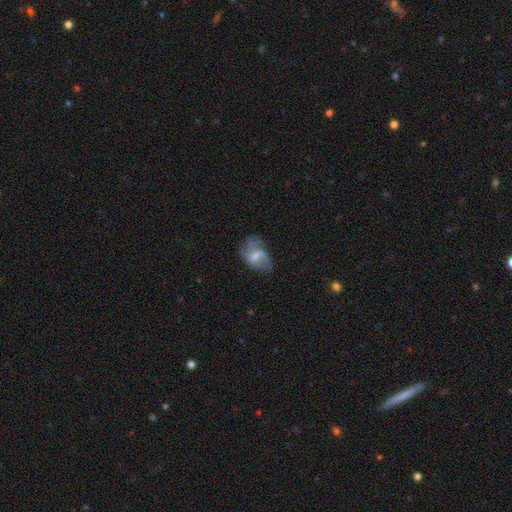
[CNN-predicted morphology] Smooth or featured? featured or disk (53%)
Edge-on disk? no (96%)
Bar? weak (51%)
Spiral arms? yes (60%)
Bulge size? moderate (42%)
Merging? none (39%)